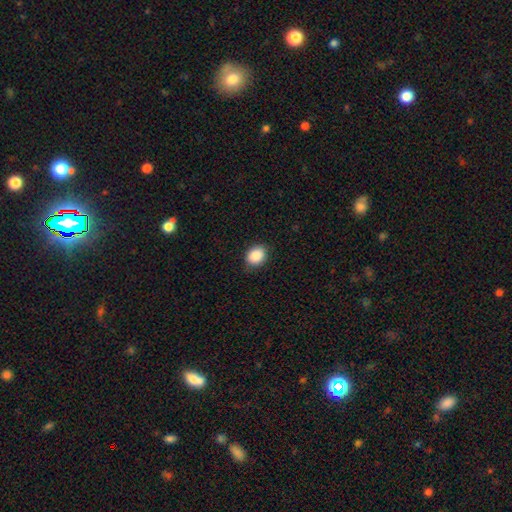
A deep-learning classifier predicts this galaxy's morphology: Overall: smooth (88%). How rounded: in between (50%; round 49%). Merging: none (85%).